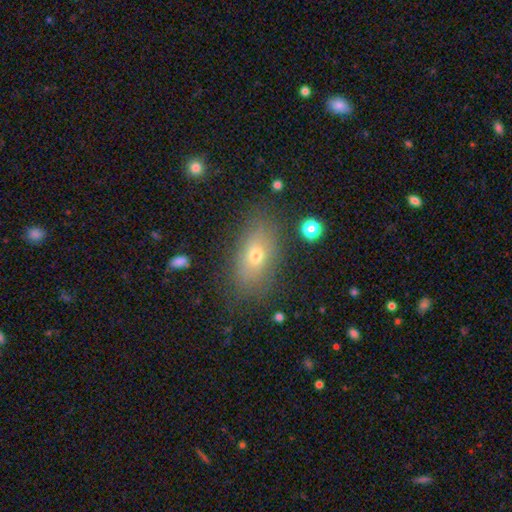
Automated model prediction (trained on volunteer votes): smooth 64%, featured or disk 23%, star or artifact 13%. Down the decision tree: how rounded — in between (83%); merging — none (79%).